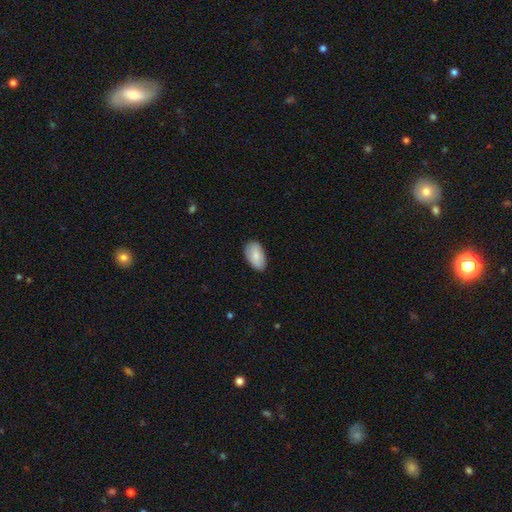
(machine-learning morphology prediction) A smooth galaxy with no disk features (83%) that is in between round and cigar-shaped (94%). Merging: none (83%).